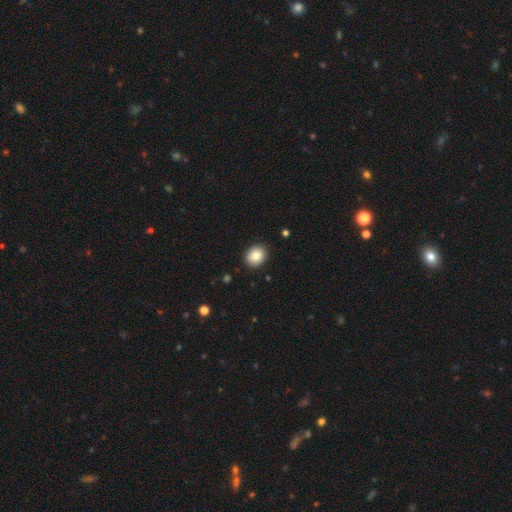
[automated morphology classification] This is clearly a smooth galaxy (85%). How rounded: likely round (60%). Merging: clearly none (90%).